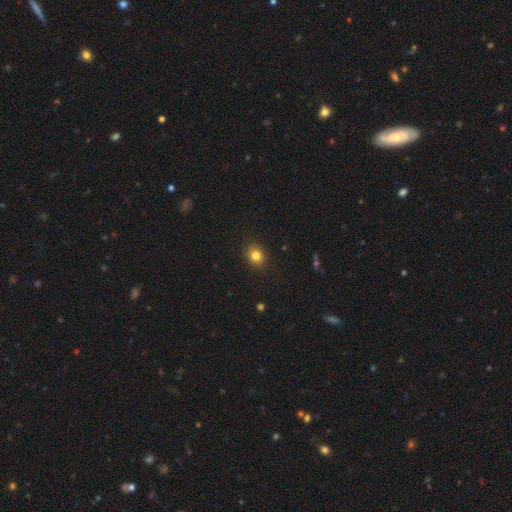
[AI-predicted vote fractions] smooth_or_featured: smooth (p=0.82) [alt: star or artifact p=0.11]
how_rounded: round (p=0.65) [alt: in between p=0.34]
merging: none (p=0.90) [alt: minor disturbance p=0.07]